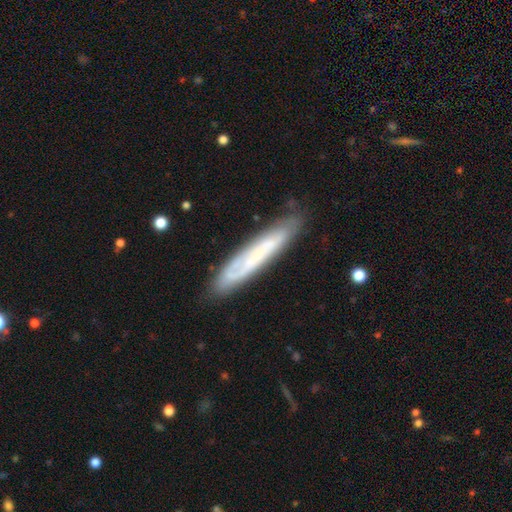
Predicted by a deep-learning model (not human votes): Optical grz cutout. It shows a featured or disk galaxy (55%) viewed edge-on (56%). Merging: none (77%).